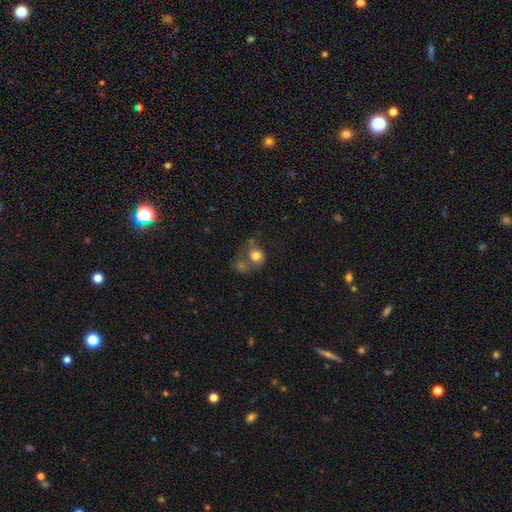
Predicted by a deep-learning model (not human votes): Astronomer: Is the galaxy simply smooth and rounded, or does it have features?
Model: smooth — 72%.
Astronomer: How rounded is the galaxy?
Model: round — 68%.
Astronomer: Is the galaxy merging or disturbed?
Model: merger — 48%.